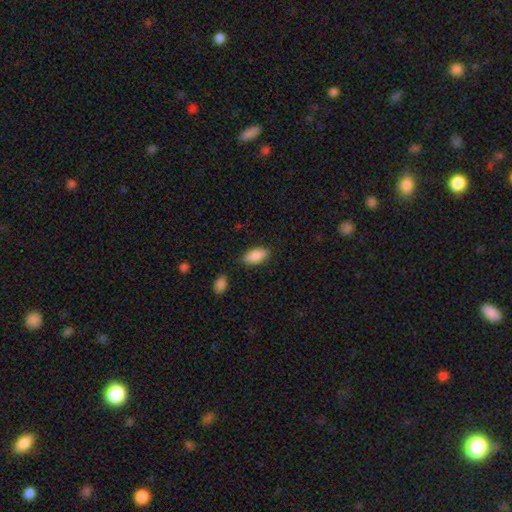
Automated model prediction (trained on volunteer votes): smooth-or-featured: smooth: 87% | featured or disk: 7% | star or artifact: 7%
  how-rounded: in between: 91% | cigar-shaped: 7% | round: 3%
  merging: none: 82% | minor disturbance: 12% | major disturbance: 3% | merger: 3%